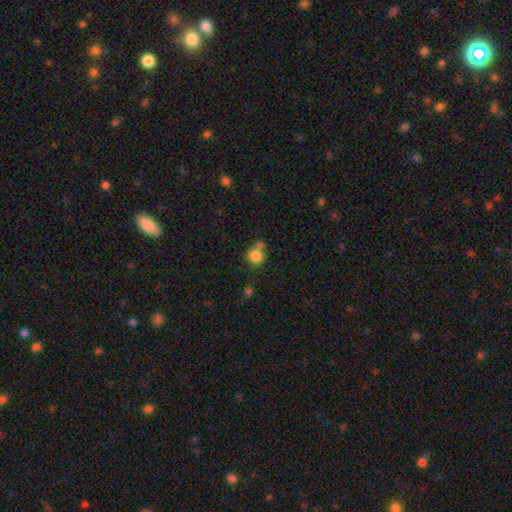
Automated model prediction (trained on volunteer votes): A smooth galaxy with no disk features (83%) that is round (86%).

Vote fractions:
- Smooth or featured? smooth: 83% / star or artifact: 10% / featured or disk: 7%
- How rounded? round: 86% / in between: 13% / cigar-shaped: 1%
- Merging? none: 54% / merger: 27% / minor disturbance: 14% / major disturbance: 5%